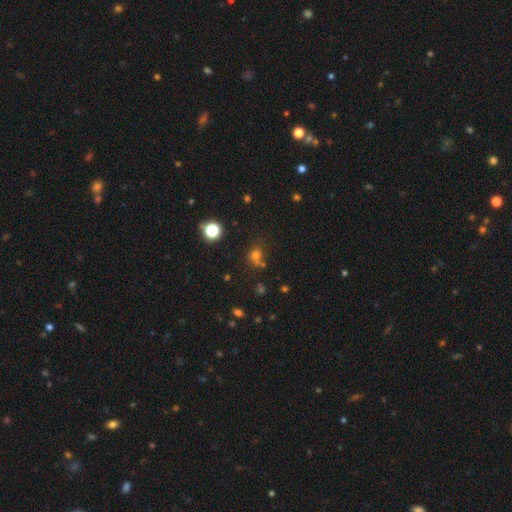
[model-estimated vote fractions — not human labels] smooth_or_featured: smooth (p=0.65) [alt: star or artifact p=0.26]
how_rounded: round (p=0.76) [alt: in between p=0.23]
merging: none (p=0.54) [alt: merger p=0.25]